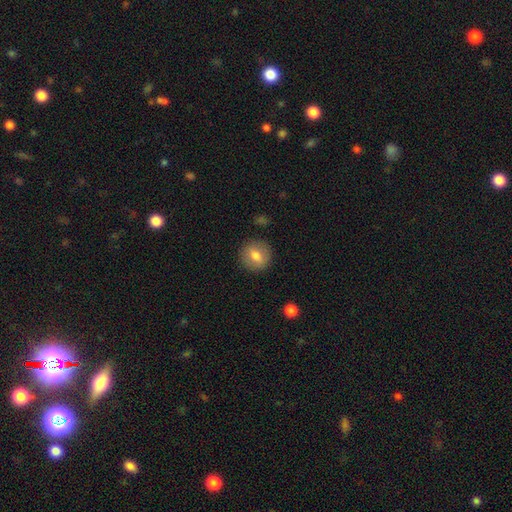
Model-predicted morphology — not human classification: A smooth galaxy with no disk features (71%) that is round (86%). Merging: none (88%).